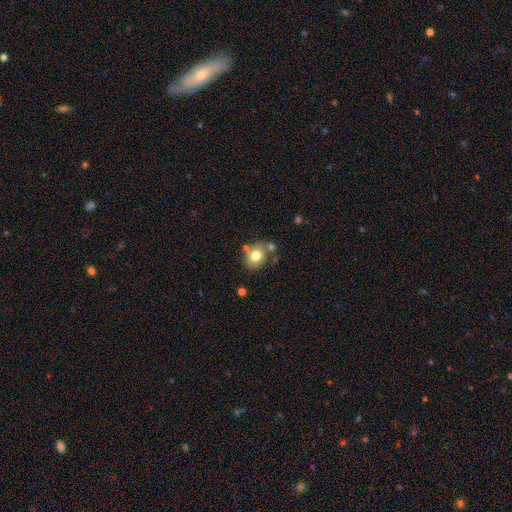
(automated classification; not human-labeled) Morphology: type=smooth (73%); roundness=in between (51%); merging=none (63%).